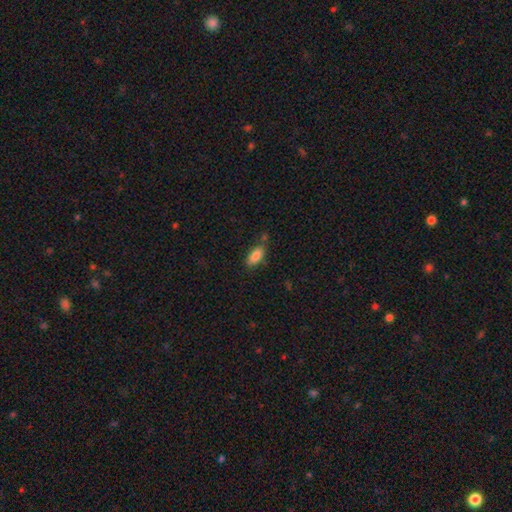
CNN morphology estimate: Smooth or featured: smooth — 84% (featured or disk — 8%)
How rounded: in between — 80% (cigar-shaped — 18%)
Merging: none — 68% (minor disturbance — 19%)